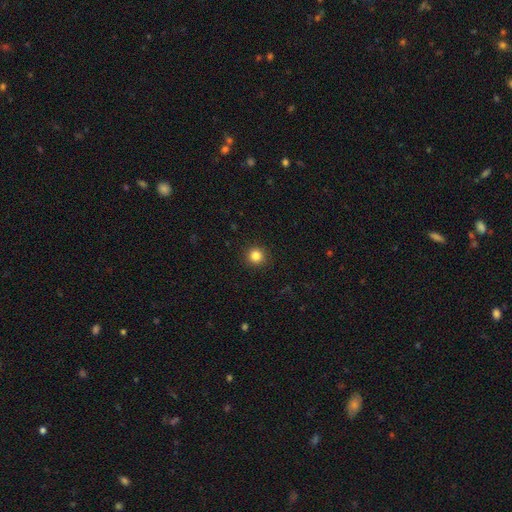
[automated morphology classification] smooth_or_featured: smooth (p=0.84) [alt: star or artifact p=0.12]
how_rounded: round (p=0.94) [alt: in between p=0.05]
merging: none (p=0.92) [alt: minor disturbance p=0.05]